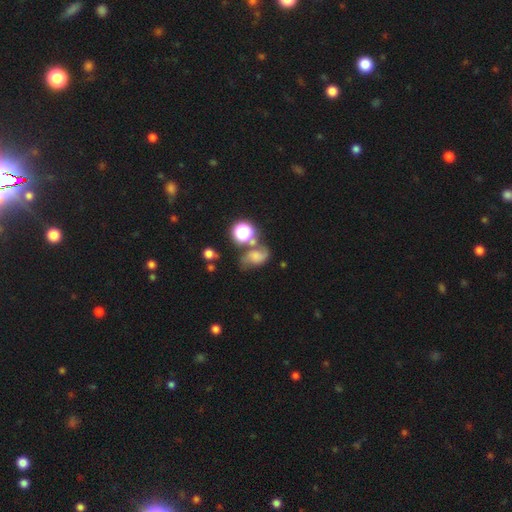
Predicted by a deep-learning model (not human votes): Smooth or featured?
  - smooth: 37% *
  - featured or disk: 36%
  - star or artifact: 27%
Merging?
  - none: 45% *
  - merger: 21%
  - minor disturbance: 20%
  - major disturbance: 14%